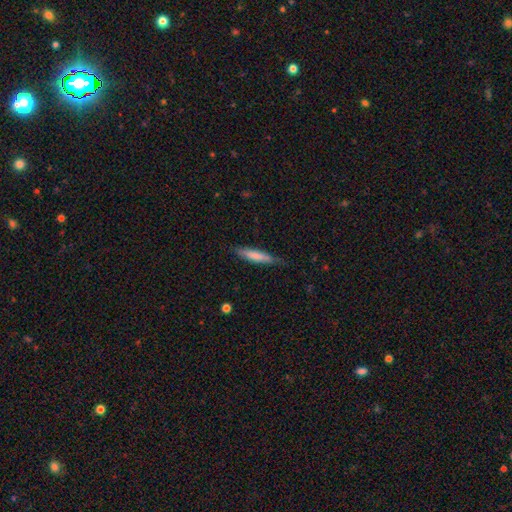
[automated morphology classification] type=smooth (73%); roundness=cigar-shaped (88%); merging=none (77%).